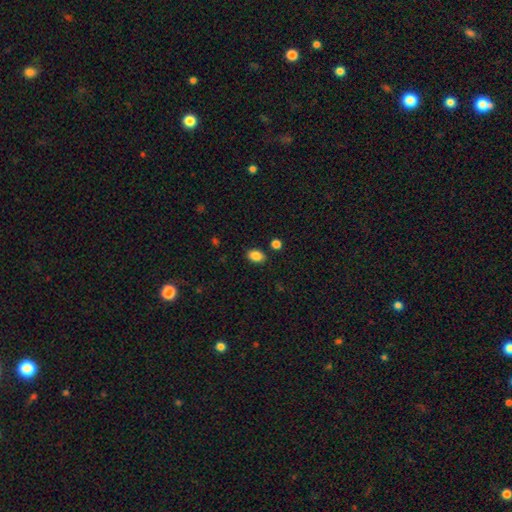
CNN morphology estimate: smooth-or-featured: smooth: 86% | star or artifact: 9% | featured or disk: 5%
  how-rounded: in between: 80% | round: 19% | cigar-shaped: 1%
  merging: none: 85% | minor disturbance: 9% | merger: 4% | major disturbance: 2%